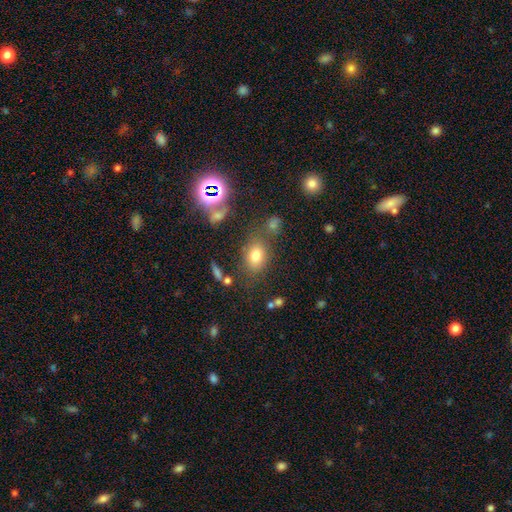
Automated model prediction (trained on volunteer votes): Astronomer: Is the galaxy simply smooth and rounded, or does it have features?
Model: smooth — 74%.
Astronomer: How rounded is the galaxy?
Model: in between — 72%.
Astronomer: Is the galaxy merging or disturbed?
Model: none — 71%.